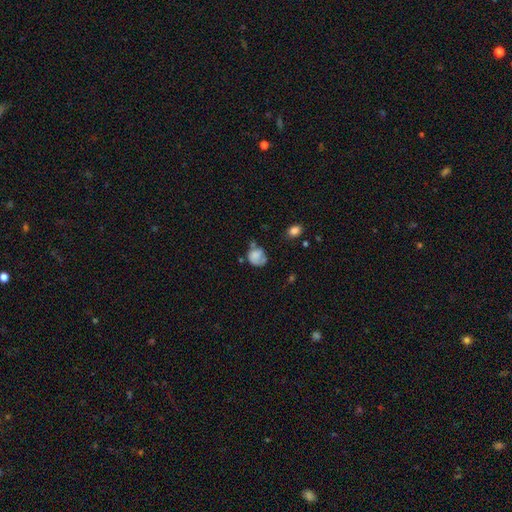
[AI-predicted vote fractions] A smooth galaxy with no disk features (65%) that is round (60%).

Vote fractions:
- Smooth or featured? smooth: 65% / featured or disk: 26% / star or artifact: 9%
- How rounded? round: 60% / in between: 39% / cigar-shaped: 1%
- Merging? none: 39% / minor disturbance: 32% / major disturbance: 20% / merger: 9%